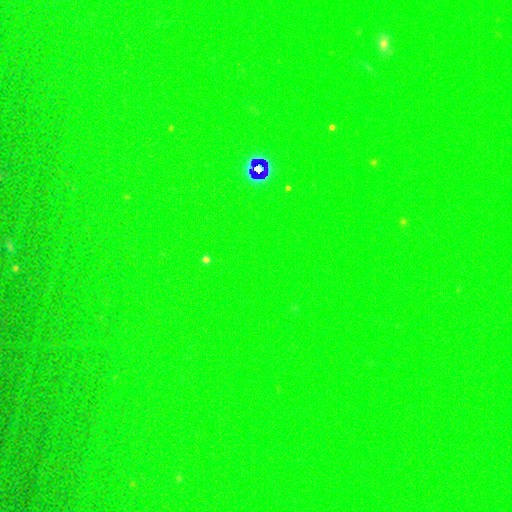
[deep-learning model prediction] star or artifact 76%, smooth 15%, featured or disk 9%.